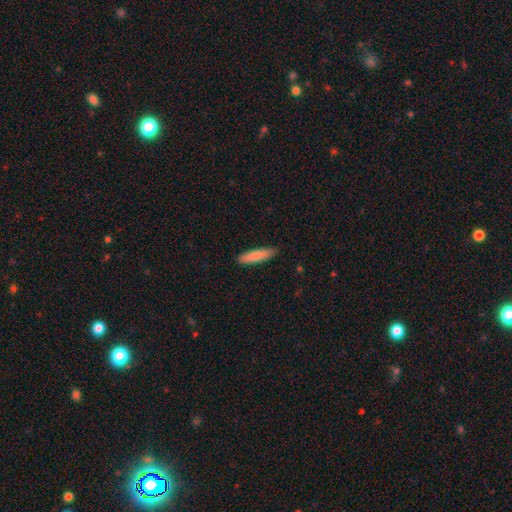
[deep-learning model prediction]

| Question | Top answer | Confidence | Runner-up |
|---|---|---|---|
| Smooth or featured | smooth | 82% | featured or disk (13%) |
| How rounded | cigar-shaped | 73% | in between (25%) |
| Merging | none | 89% | minor disturbance (8%) |